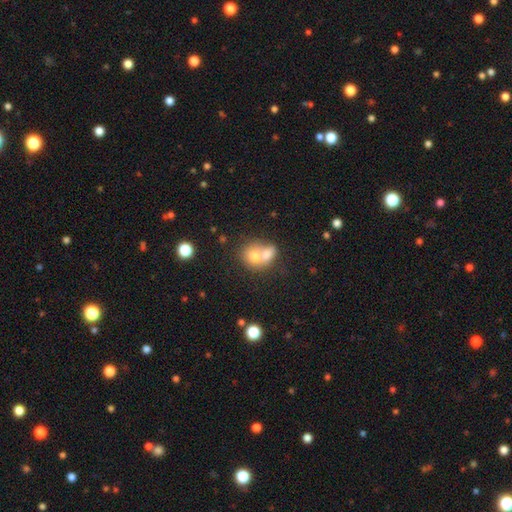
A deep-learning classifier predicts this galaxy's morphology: smooth_or_featured: smooth (p=0.69) [alt: featured or disk p=0.21]
how_rounded: round (p=0.66) [alt: in between p=0.33]
merging: merger (p=0.67) [alt: none p=0.23]